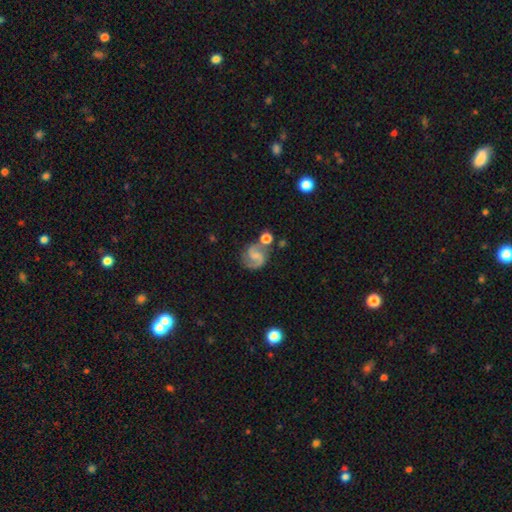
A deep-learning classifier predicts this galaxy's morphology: The model was most divided on "bulge size": none: 40%, small: 39%, moderate: 17%, large: 2%, dominant: 1%. Remaining: edge-on disk — no (98%); spiral arms — yes (95%); spiral arm count — 2 (91%); smooth or featured — featured or disk (78%); merging — none (65%); spiral winding — medium (53%); bar — weak (47%).